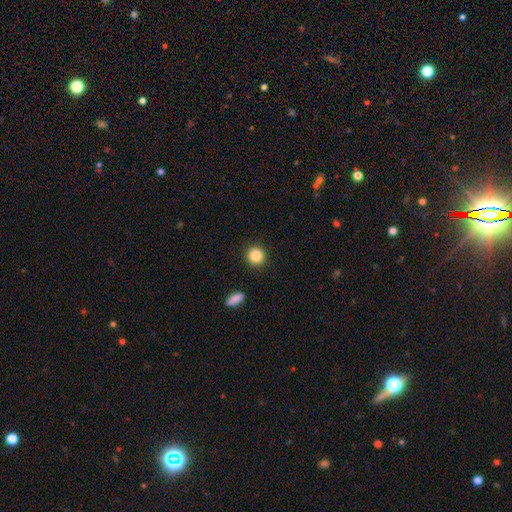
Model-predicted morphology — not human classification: Smooth or featured? smooth (86%)
How rounded? round (93%)
Merging? none (91%)